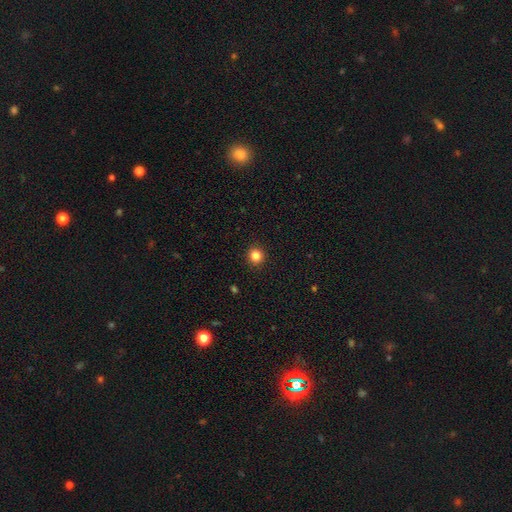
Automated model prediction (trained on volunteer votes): smooth 84%, star or artifact 12%, featured or disk 4%. Down the decision tree: how rounded — round (92%); merging — none (93%).